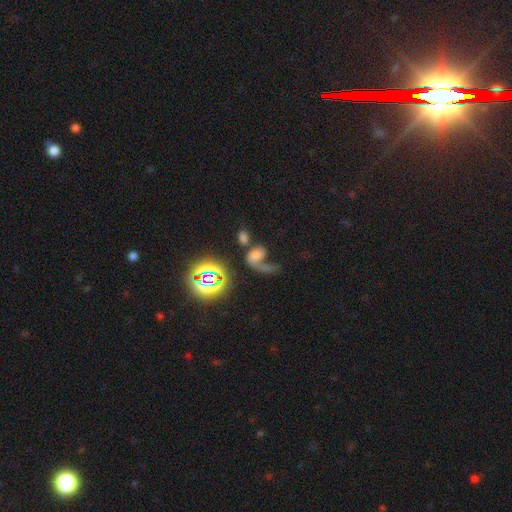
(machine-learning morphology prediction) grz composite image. It shows a featured or disk galaxy (39%). Merging: major disturbance (37%).